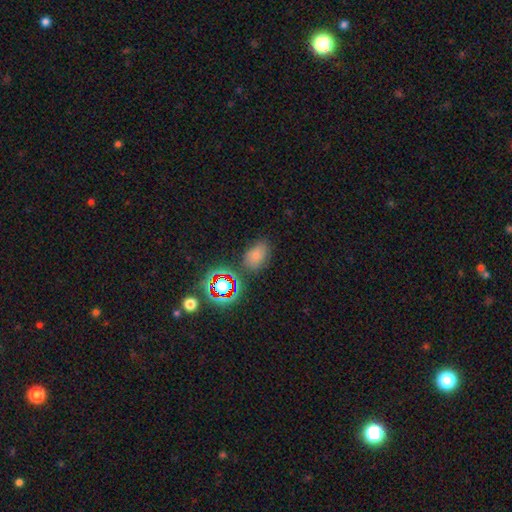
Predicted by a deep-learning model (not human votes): smooth_or_featured: smooth (p=0.67) [alt: star or artifact p=0.23]
how_rounded: in between (p=0.82) [alt: round p=0.16]
merging: none (p=0.74) [alt: minor disturbance p=0.16]